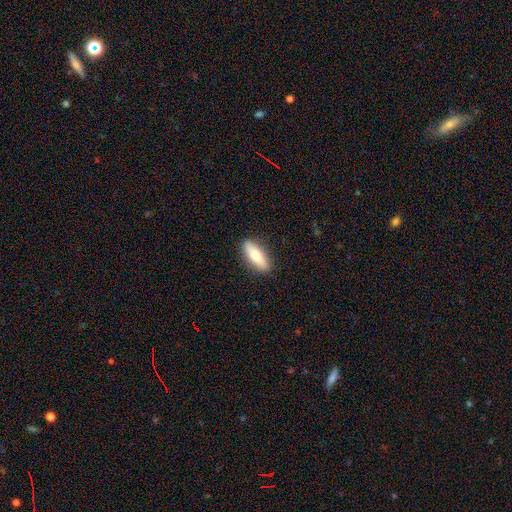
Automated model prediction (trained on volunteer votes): A smooth galaxy with no disk features (72%) that is in between round and cigar-shaped (59%). Merging: none (89%).